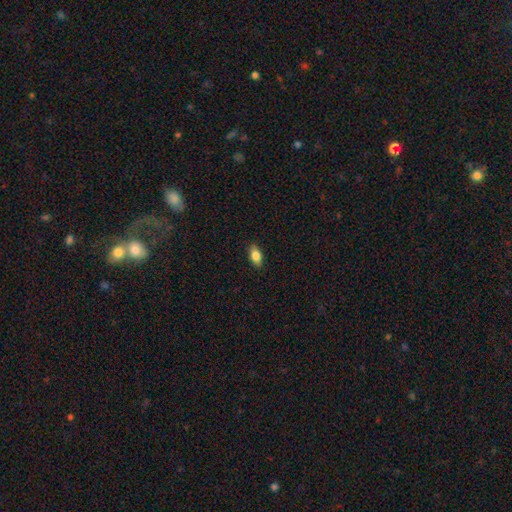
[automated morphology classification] The model was most divided on "smooth or featured": smooth: 82%, featured or disk: 10%, star or artifact: 7%. More confident: how rounded — in between (88%); merging — none (88%).